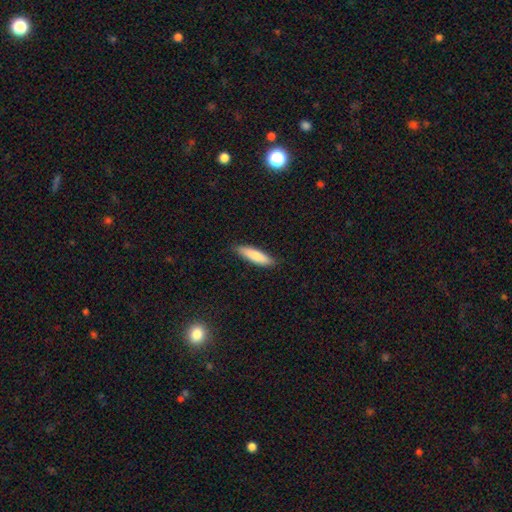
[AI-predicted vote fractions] A smooth galaxy with no disk features (82%) that is cigar-shaped (71%).

Vote fractions:
- Smooth or featured? smooth: 82% / featured or disk: 12% / star or artifact: 6%
- How rounded? cigar-shaped: 71% / in between: 27% / round: 1%
- Merging? none: 87% / minor disturbance: 10% / major disturbance: 2% / merger: 1%